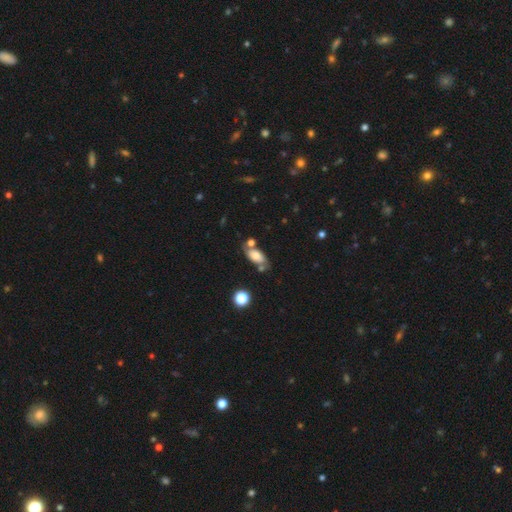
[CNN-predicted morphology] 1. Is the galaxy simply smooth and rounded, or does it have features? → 68% smooth, 23% featured or disk, 9% star or artifact.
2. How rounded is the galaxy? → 86% in between, 8% cigar-shaped, 6% round.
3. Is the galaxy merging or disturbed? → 57% none, 19% merger, 18% minor disturbance, 6% major disturbance.